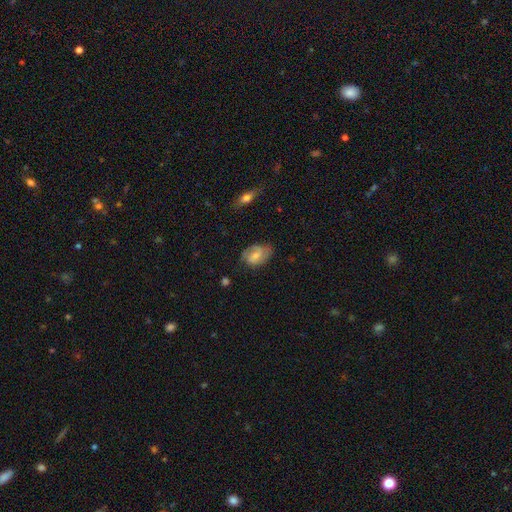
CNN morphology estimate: A smooth galaxy with no disk features (57%) that is in between round and cigar-shaped (82%).

Vote fractions:
- Smooth or featured? smooth: 57% / featured or disk: 36% / star or artifact: 8%
- How rounded? in between: 82% / round: 16% / cigar-shaped: 2%
- Merging? none: 57% / minor disturbance: 31% / major disturbance: 10% / merger: 2%